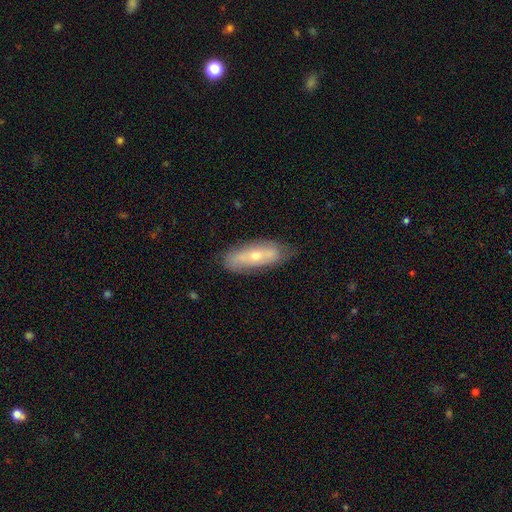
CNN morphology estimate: Smooth or featured?
  - featured or disk: 52% *
  - smooth: 41%
  - star or artifact: 7%
Edge-on disk?
  - no: 71% *
  - yes: 29%
Merging?
  - none: 72% *
  - minor disturbance: 21%
  - major disturbance: 5%
  - merger: 2%